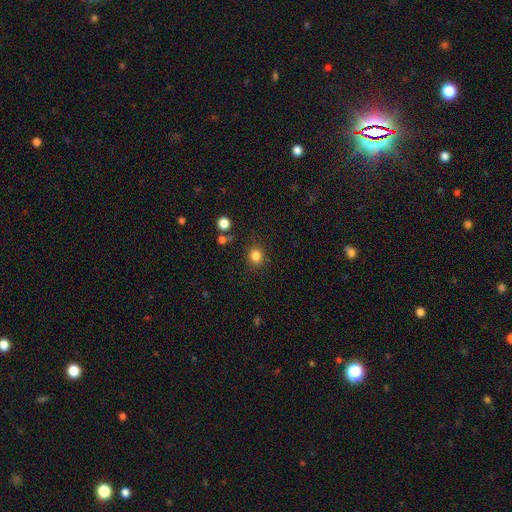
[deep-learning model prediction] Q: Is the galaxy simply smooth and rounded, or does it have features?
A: smooth — 83%.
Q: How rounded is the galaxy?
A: round — 85%.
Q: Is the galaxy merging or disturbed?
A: none — 85%.